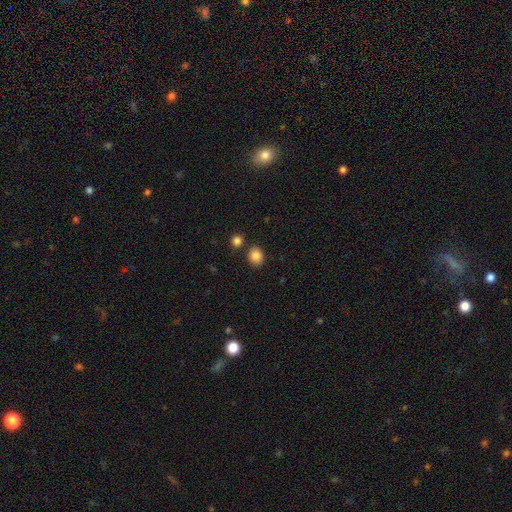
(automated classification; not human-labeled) A smooth galaxy with no disk features (86%) that is round (64%).

Vote fractions:
- Smooth or featured? smooth: 86% / star or artifact: 9% / featured or disk: 5%
- How rounded? round: 64% / in between: 35% / cigar-shaped: 1%
- Merging? none: 81% / minor disturbance: 9% / merger: 8% / major disturbance: 2%